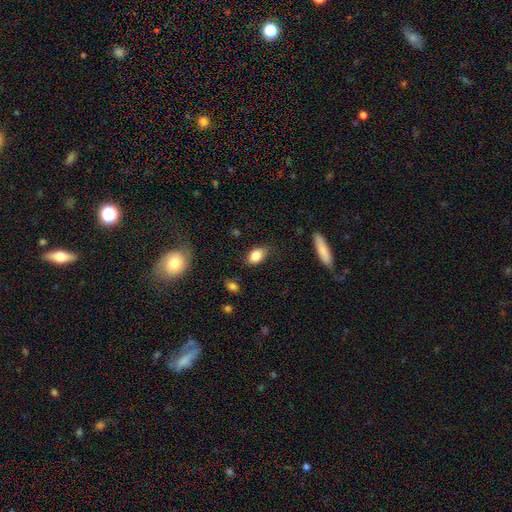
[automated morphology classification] type=smooth (83%); roundness=in between (83%); merging=none (70%).